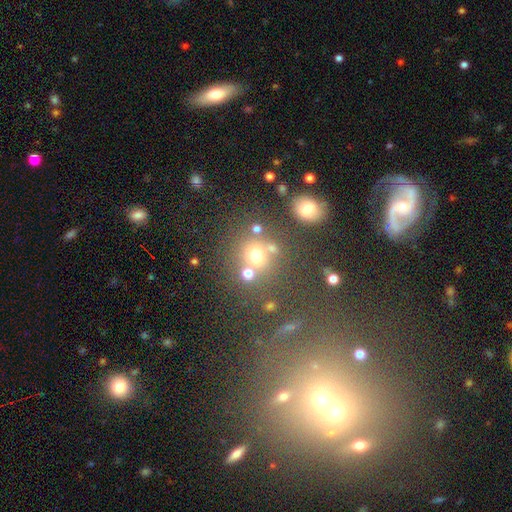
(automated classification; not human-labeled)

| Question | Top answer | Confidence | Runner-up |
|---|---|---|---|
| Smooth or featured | smooth | 64% | star or artifact (24%) |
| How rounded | round | 84% | in between (15%) |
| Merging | none | 63% | merger (20%) |